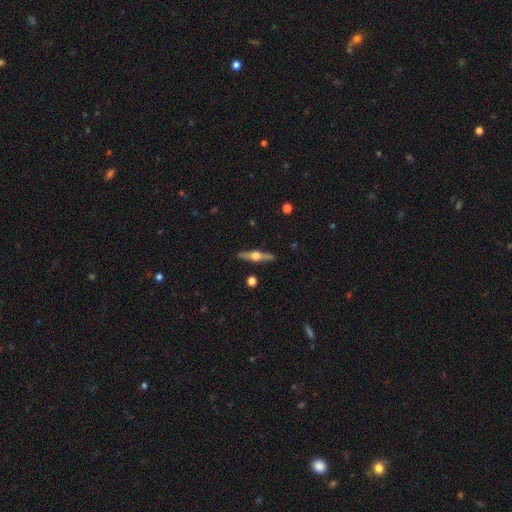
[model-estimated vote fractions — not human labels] Smooth or featured?
  - featured or disk: 72% *
  - smooth: 22%
  - star or artifact: 6%
Edge-on disk?
  - yes: 97% *
  - no: 3%
Edge-on bulge?
  - rounded: 96% *
  - boxy: 3%
  - none: 2%
Merging?
  - none: 90% *
  - minor disturbance: 7%
  - major disturbance: 2%
  - merger: 2%